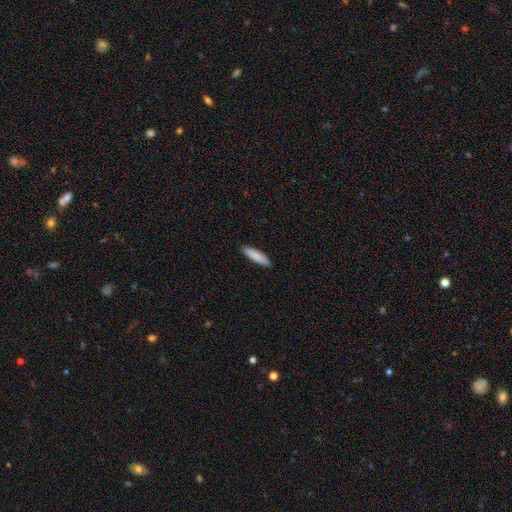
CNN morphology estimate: Smooth or featured: smooth — 88% (featured or disk — 6%)
How rounded: cigar-shaped — 72% (in between — 27%)
Merging: none — 91% (minor disturbance — 7%)